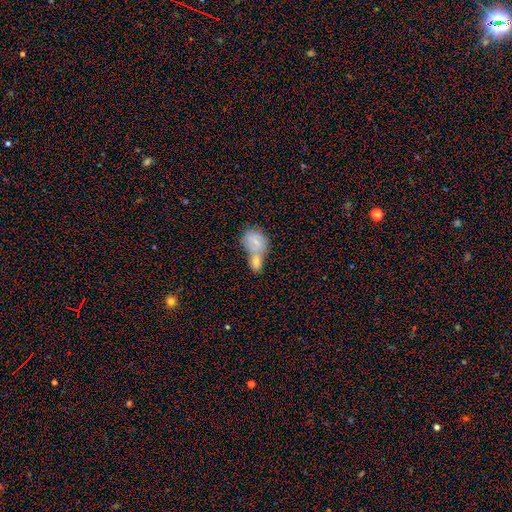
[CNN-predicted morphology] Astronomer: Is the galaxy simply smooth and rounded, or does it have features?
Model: smooth — 68%.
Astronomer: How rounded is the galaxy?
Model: in between — 53% (runner-up: round, 45%).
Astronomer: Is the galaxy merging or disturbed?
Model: merger — 65%.